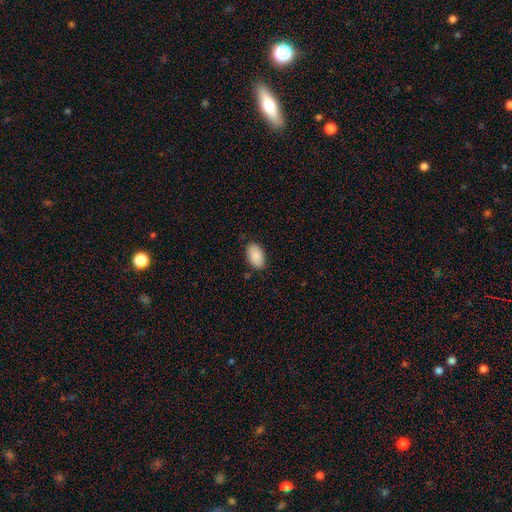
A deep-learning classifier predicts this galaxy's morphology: Smooth or featured? Predicted: smooth (p=0.89). How rounded? Predicted: in between (p=0.94). Merging? Predicted: none (p=0.86).